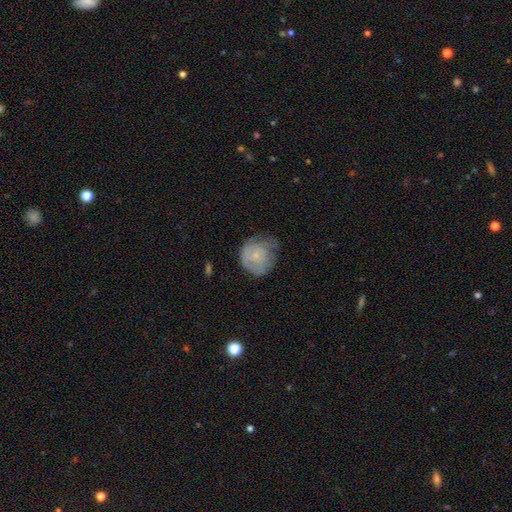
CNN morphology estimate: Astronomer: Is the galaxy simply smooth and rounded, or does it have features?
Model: featured or disk — 53% (runner-up: smooth, 40%).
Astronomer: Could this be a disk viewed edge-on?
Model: no — 98%.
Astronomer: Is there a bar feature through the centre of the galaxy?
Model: no — 82%.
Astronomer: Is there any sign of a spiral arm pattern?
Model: yes — 73%.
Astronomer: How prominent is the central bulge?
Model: small — 74%.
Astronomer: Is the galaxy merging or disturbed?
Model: none — 50% (runner-up: minor disturbance, 31%).